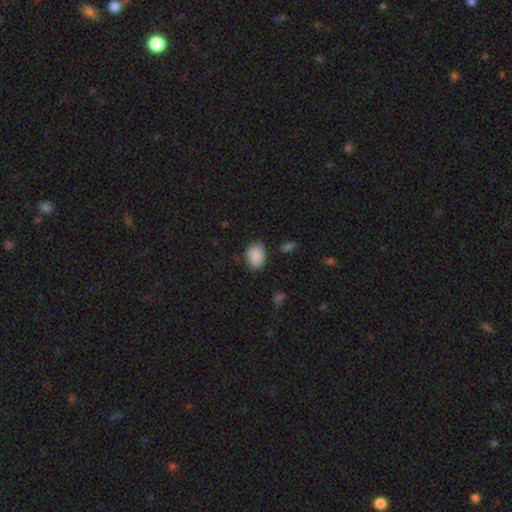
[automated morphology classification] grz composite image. It shows a smooth galaxy with no disk features (89%) that is in between round and cigar-shaped (73%). Merging: none (77%).